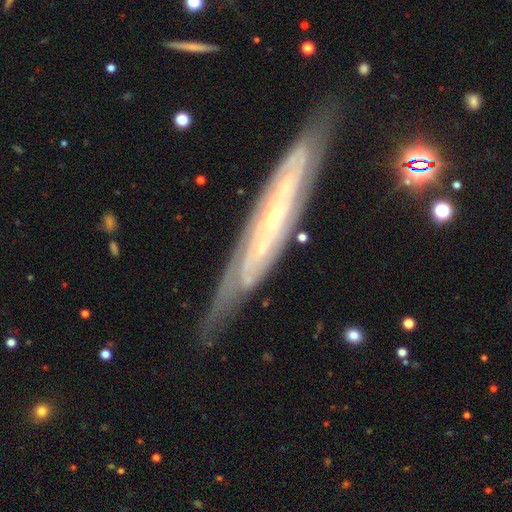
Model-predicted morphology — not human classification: This appears to be a featured or disk galaxy (81%). Merging: none (71%).